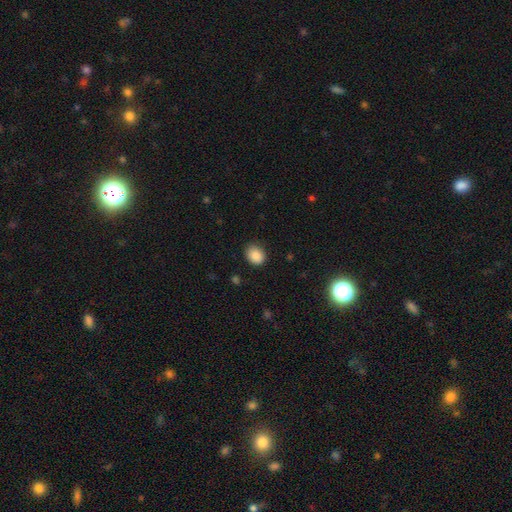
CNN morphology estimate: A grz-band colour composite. It shows a smooth galaxy with no disk features (87%) that is round (55%). Merging: none (80%).